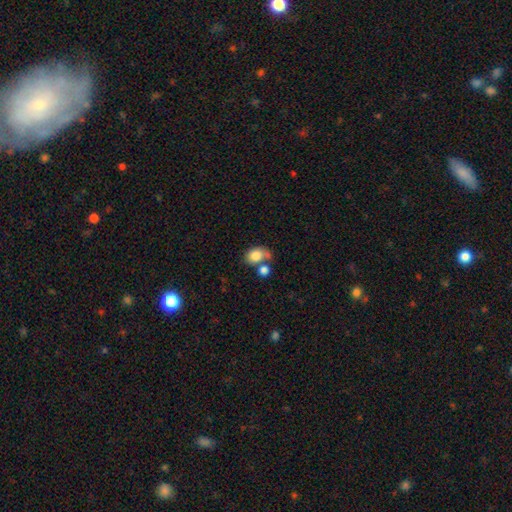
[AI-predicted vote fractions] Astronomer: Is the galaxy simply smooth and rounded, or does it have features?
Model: smooth — 78%.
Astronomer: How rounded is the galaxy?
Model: in between — 55% (runner-up: round, 44%).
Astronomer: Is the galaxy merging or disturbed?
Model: merger — 41% (runner-up: none, 30%).